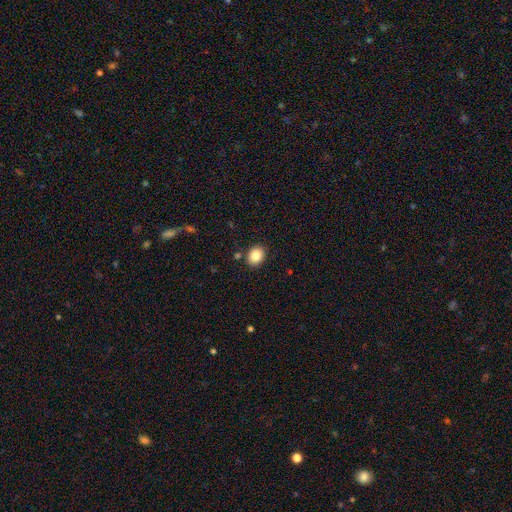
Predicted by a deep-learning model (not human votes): Morphology: type=smooth (85%); roundness=round (50%); merging=none (87%).